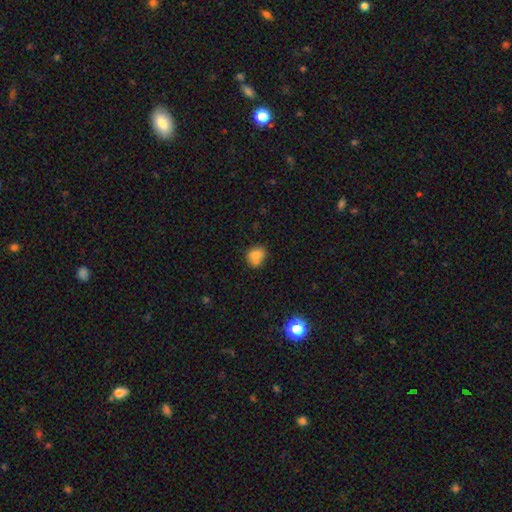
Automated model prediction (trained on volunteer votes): Q: Smooth or featured?
A: smooth (75%); runner-up: featured or disk (14%)
Q: How rounded?
A: round (60%); runner-up: in between (39%)
Q: Merging?
A: none (47%); runner-up: merger (31%)